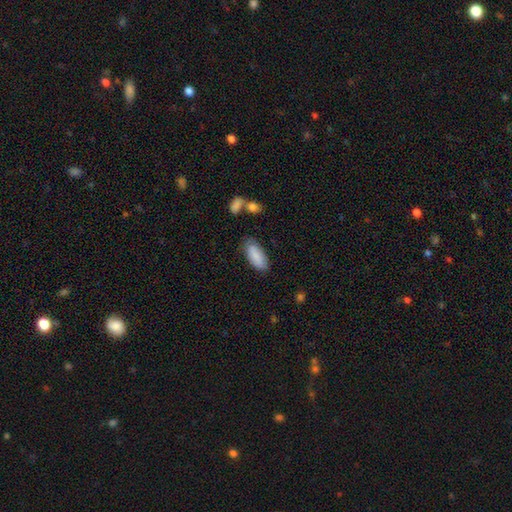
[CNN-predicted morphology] smooth-or-featured: smooth: 87% | featured or disk: 7% | star or artifact: 6%
  how-rounded: in between: 84% | cigar-shaped: 15% | round: 2%
  merging: none: 78% | minor disturbance: 16% | major disturbance: 4% | merger: 2%